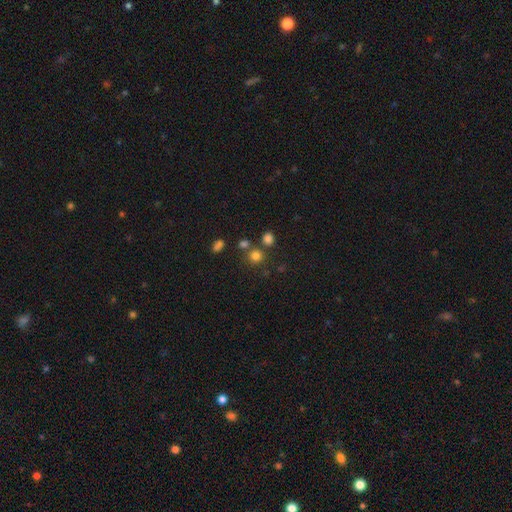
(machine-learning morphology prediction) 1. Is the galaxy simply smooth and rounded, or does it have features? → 77% smooth, 16% star or artifact, 6% featured or disk.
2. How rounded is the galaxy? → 87% round, 12% in between, 1% cigar-shaped.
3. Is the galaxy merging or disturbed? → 71% none, 16% merger, 9% minor disturbance, 4% major disturbance.